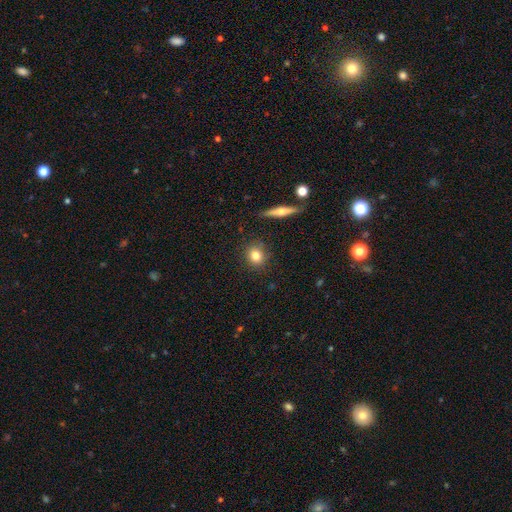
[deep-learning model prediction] This is likely a smooth galaxy (79%). How rounded: clearly round (81%). Merging: clearly none (87%).